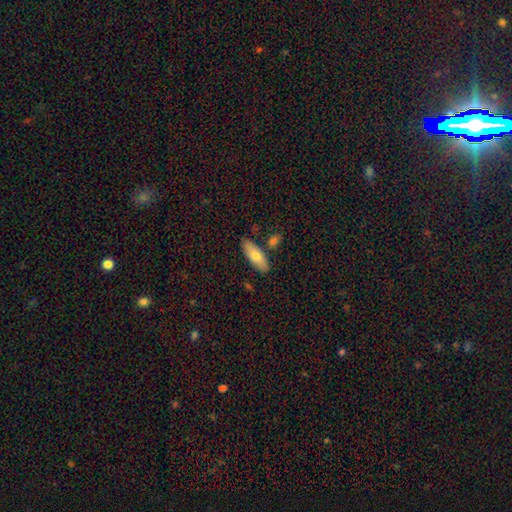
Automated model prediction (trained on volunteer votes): A smooth galaxy with no disk features (73%) that is in between round and cigar-shaped (73%).

Vote fractions:
- Smooth or featured? smooth: 73% / featured or disk: 21% / star or artifact: 6%
- How rounded? in between: 73% / cigar-shaped: 25% / round: 2%
- Merging? none: 81% / minor disturbance: 11% / merger: 5% / major disturbance: 2%